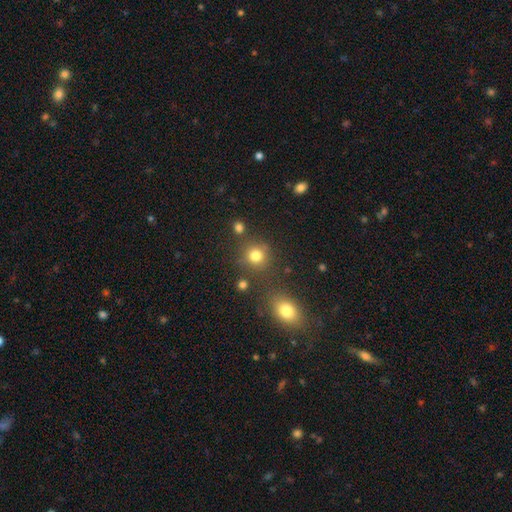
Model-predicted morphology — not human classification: This appears to be a smooth galaxy with no disk features (77%) that is round (87%). Merging: none (73%).